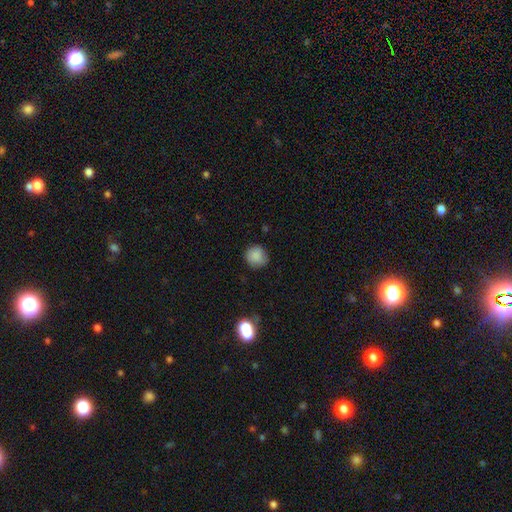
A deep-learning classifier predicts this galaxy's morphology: Smooth or featured? Predicted: smooth (p=0.86). How rounded? Predicted: round (p=0.91). Merging? Predicted: none (p=0.82).